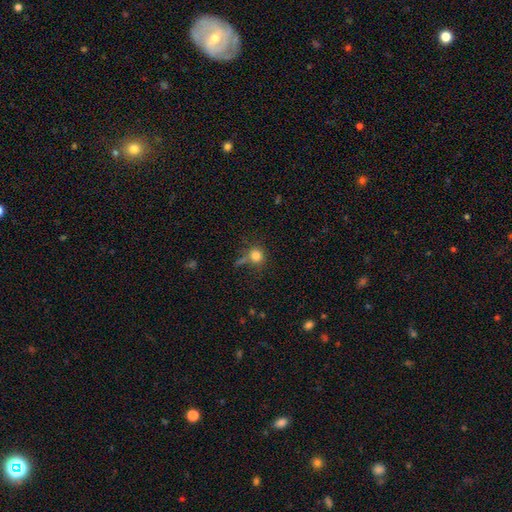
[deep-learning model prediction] Morphology: type=smooth (80%); roundness=round (88%); merging=none (62%).